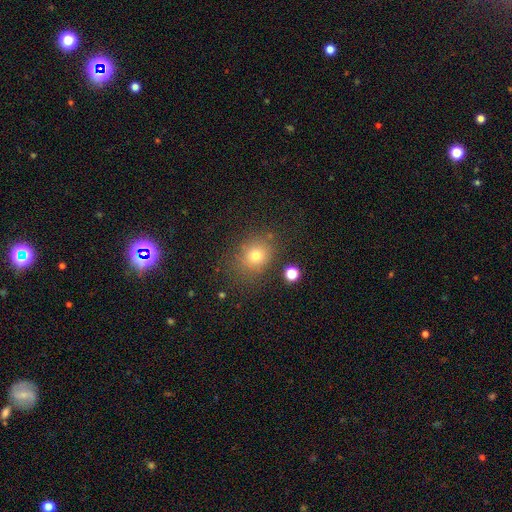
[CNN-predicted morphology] A smooth galaxy with no disk features (74%) that is round (62%). Merging: none (77%).